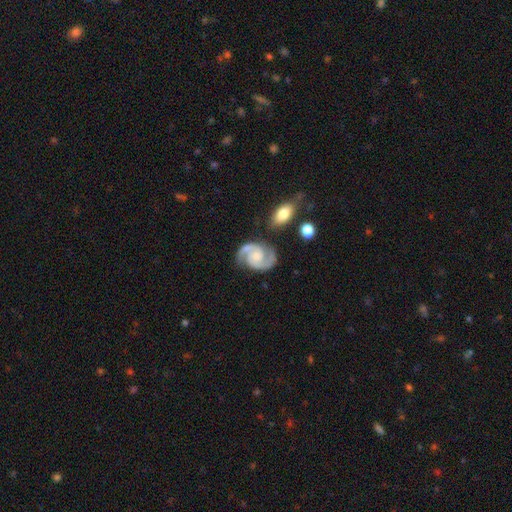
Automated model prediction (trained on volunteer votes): smooth_or_featured: featured or disk (p=0.92) [alt: smooth p=0.04]
disk_edge_on: no (p=0.98) [alt: yes p=0.02]
bar: no (p=0.60) [alt: weak p=0.32]
has_spiral_arms: yes (p=0.98) [alt: no p=0.02]
spiral_winding: medium (p=0.54) [alt: tight p=0.38]
spiral_arm_count: 2 (p=0.94) [alt: 3 p=0.02]
bulge_size: small (p=0.41) [alt: moderate p=0.31]
merging: none (p=0.77) [alt: minor disturbance p=0.14]